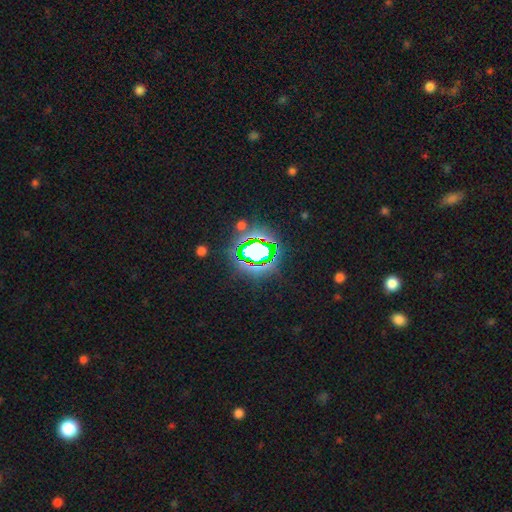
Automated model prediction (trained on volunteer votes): smooth_or_featured: star or artifact (p=0.67) [alt: smooth p=0.20]